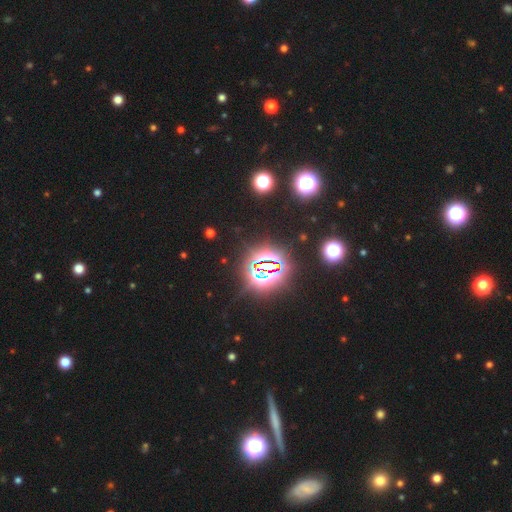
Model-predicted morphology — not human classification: Overall: star or artifact (79%).